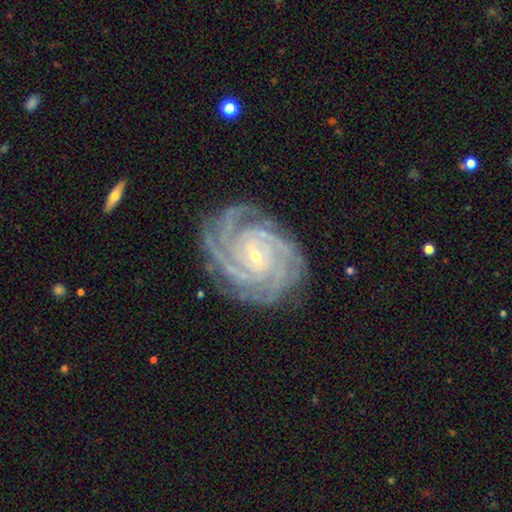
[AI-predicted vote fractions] This is clearly a featured or disk galaxy (92%). It is clearly not viewed edge-on (98%). Bar: possibly no (50%). Spiral arm pattern: clearly yes (99%). Spiral arm count: marginally 4 (38%). Spiral winding: clearly tight (80%). Central bulge: likely small (79%). Merging: clearly none (81%).